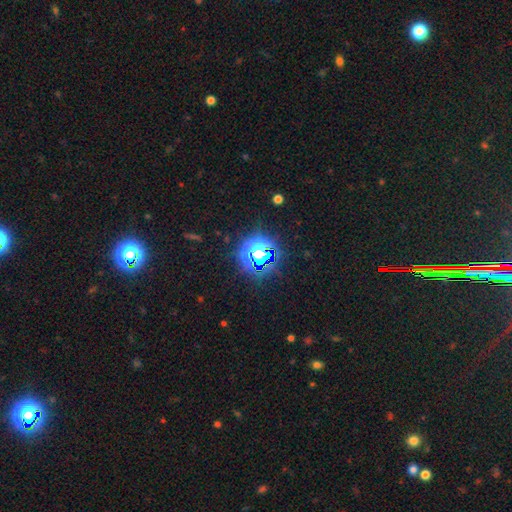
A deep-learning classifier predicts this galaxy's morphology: Overall: star or artifact (72%).